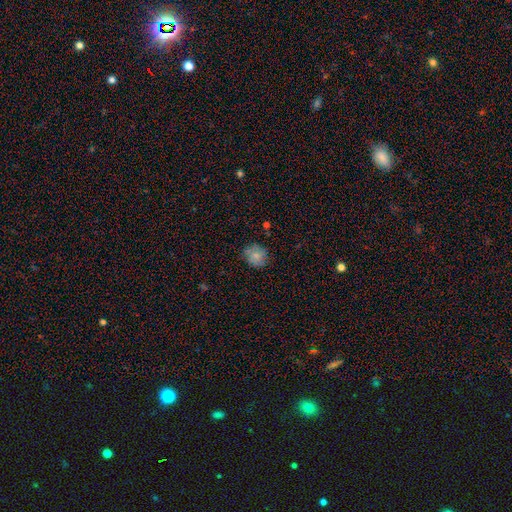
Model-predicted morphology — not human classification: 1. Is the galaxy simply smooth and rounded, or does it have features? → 78% smooth, 13% featured or disk, 9% star or artifact.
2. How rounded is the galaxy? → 80% round, 19% in between, 1% cigar-shaped.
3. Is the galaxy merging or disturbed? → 76% none, 18% minor disturbance, 4% major disturbance, 2% merger.